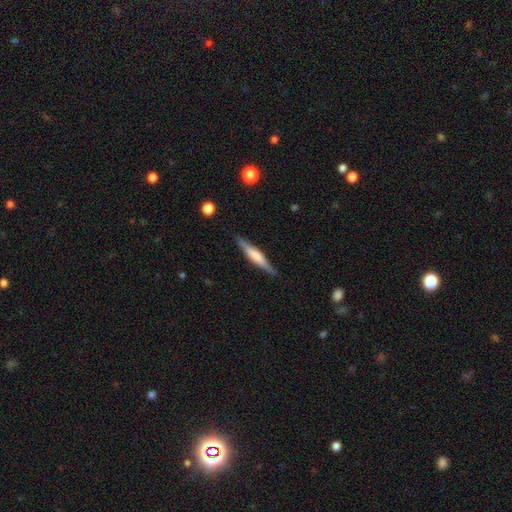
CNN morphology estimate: The model was most divided on "smooth or featured": featured or disk: 51%, smooth: 43%, star or artifact: 6%. More confident: edge-on disk — yes (96%); merging — none (88%).